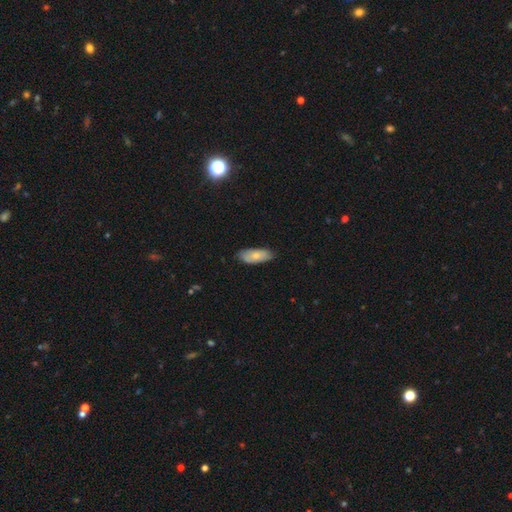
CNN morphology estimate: This is likely a smooth galaxy (73%). How rounded: clearly in between (81%). Merging: likely none (79%).